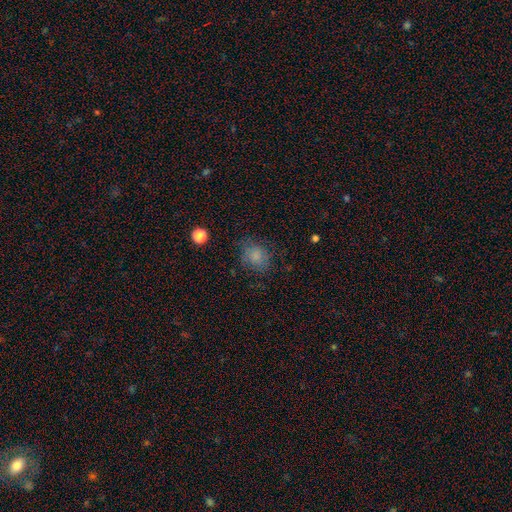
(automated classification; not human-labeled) A smooth galaxy with no disk features (77%) that is round (63%). Merging: none (72%).